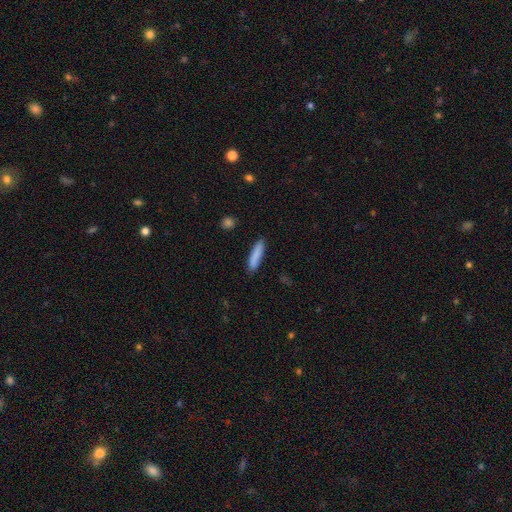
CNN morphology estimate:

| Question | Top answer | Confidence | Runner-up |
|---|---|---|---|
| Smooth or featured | smooth | 86% | featured or disk (8%) |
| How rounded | cigar-shaped | 80% | in between (19%) |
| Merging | none | 86% | minor disturbance (10%) |